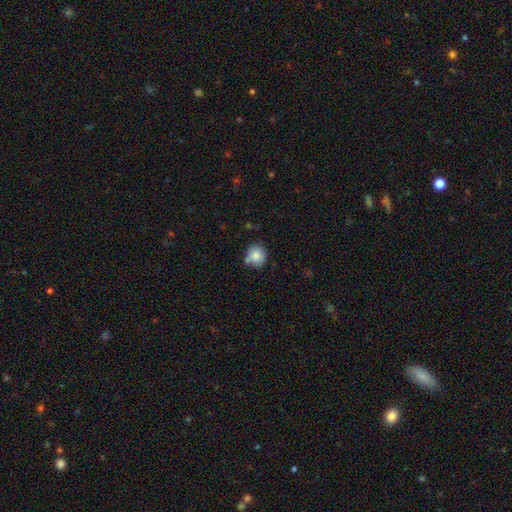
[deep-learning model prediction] smooth 83%, star or artifact 9%, featured or disk 8%. Down the decision tree: how rounded — round (84%); merging — none (71%).